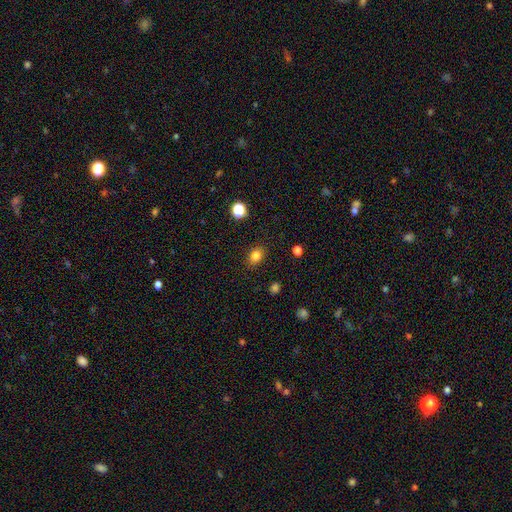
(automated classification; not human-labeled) Overall: smooth (82%). How rounded: in between (65%; round 33%). Merging: none (87%).